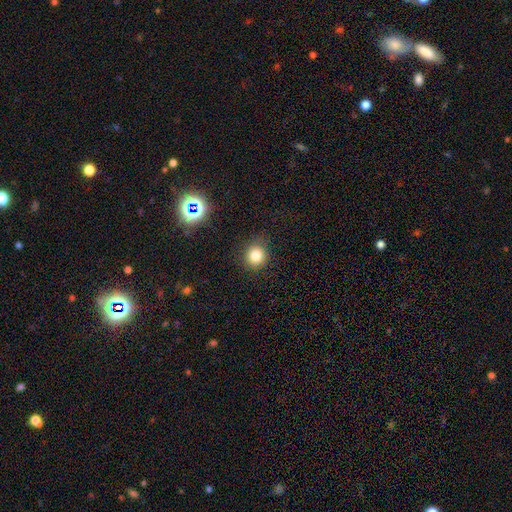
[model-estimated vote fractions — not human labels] smooth 81%, star or artifact 13%, featured or disk 6%. Down the decision tree: how rounded — round (90%); merging — none (87%).